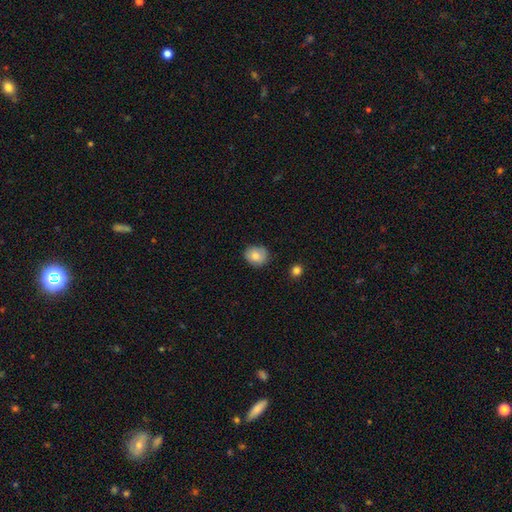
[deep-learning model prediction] This appears to be a smooth galaxy with no disk features (80%) that is round (69%). Merging: none (76%).